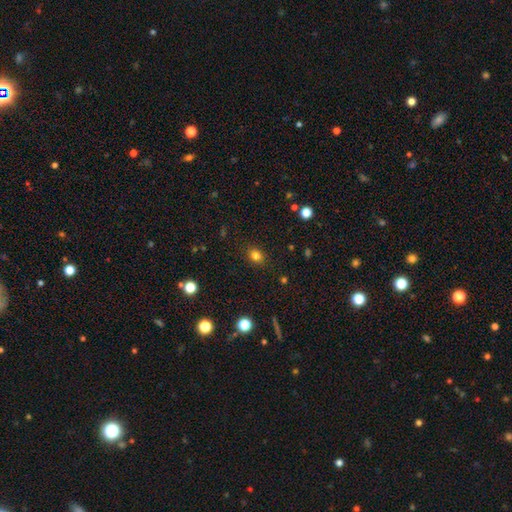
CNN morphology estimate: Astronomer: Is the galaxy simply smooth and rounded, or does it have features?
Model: smooth — 81%.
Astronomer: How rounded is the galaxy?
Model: round — 54% (runner-up: in between, 45%).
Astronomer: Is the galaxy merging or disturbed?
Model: none — 88%.